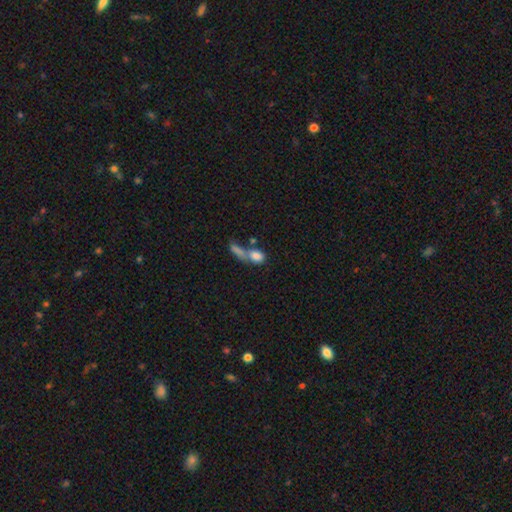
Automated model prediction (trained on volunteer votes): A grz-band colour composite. It shows a smooth galaxy with no disk features (77%) that is in between round and cigar-shaped (64%). Merging: merger (56%).